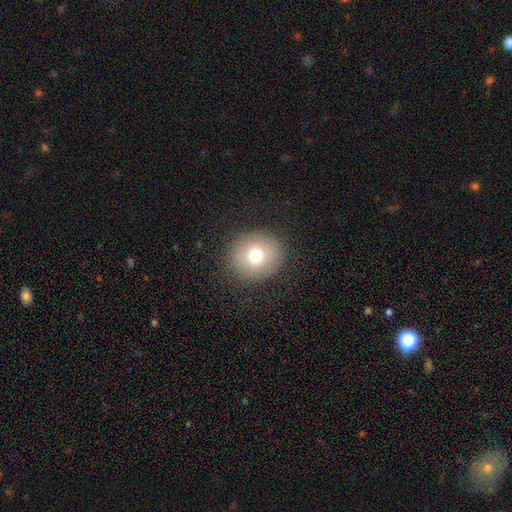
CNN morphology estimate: type=smooth (74%); roundness=round (87%); merging=none (90%).